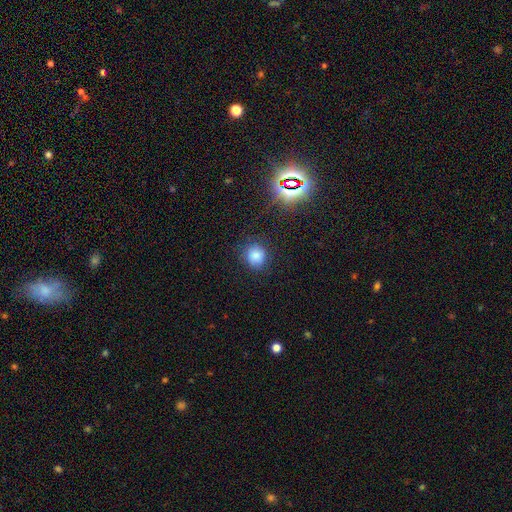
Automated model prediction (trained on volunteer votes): This appears to be a smooth galaxy with no disk features (78%) that is round (84%). Merging: none (82%).